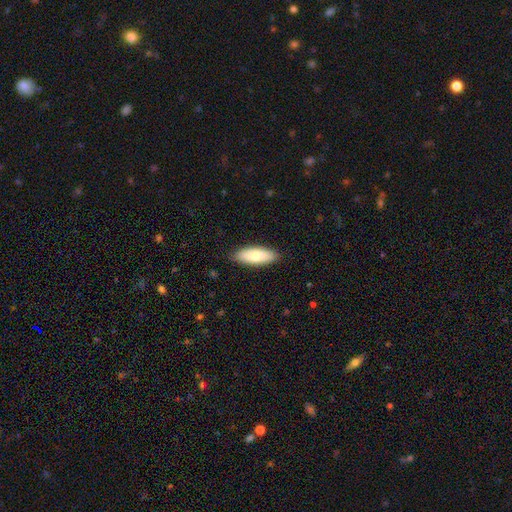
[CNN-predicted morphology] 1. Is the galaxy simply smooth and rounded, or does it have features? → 76% smooth, 18% featured or disk, 6% star or artifact.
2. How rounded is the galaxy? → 72% in between, 26% cigar-shaped, 2% round.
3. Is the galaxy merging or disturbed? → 88% none, 9% minor disturbance, 2% major disturbance, 1% merger.